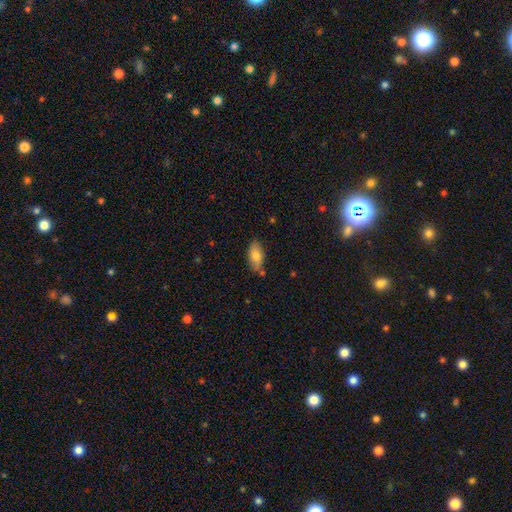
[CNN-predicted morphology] This is likely a smooth galaxy (80%). How rounded: clearly in between (90%). Merging: likely none (73%).